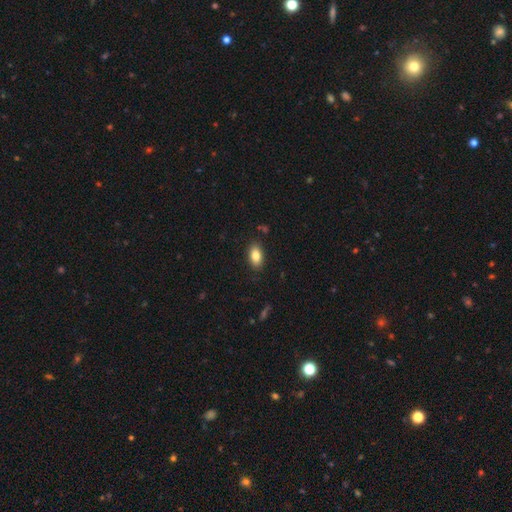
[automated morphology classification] The model was most divided on "smooth or featured": smooth: 83%, featured or disk: 9%, star or artifact: 8%. More confident: how rounded — in between (91%); merging — none (87%).